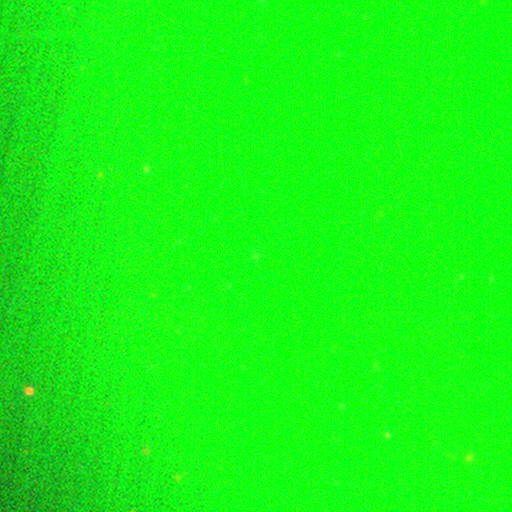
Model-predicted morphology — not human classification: A star or artifact, not a galaxy (79%).

Vote fractions:
- Smooth or featured? star or artifact: 79% / smooth: 12% / featured or disk: 9%